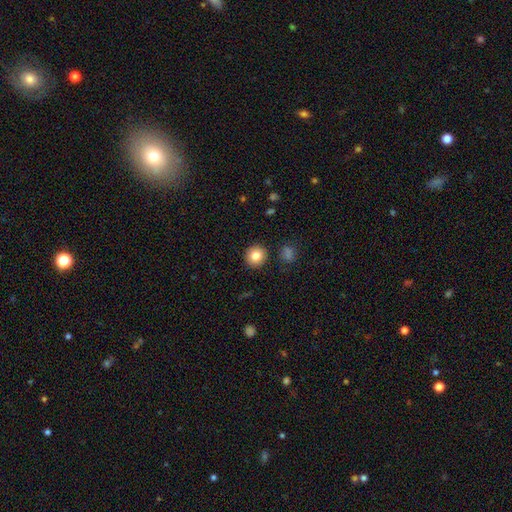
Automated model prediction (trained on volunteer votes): Smooth or featured?
  - smooth: 83% *
  - star or artifact: 10%
  - featured or disk: 8%
How rounded?
  - round: 92% *
  - in between: 7%
  - cigar-shaped: 1%
Merging?
  - none: 91% *
  - minor disturbance: 6%
  - major disturbance: 2%
  - merger: 2%